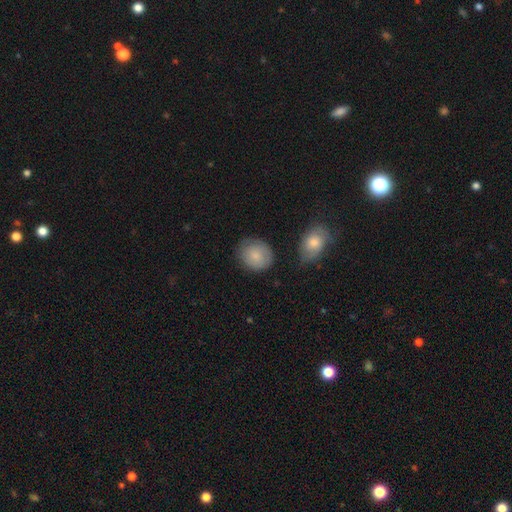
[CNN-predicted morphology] smooth 81%, featured or disk 12%, star or artifact 6%. Down the decision tree: how rounded — round (70%); merging — none (73%).